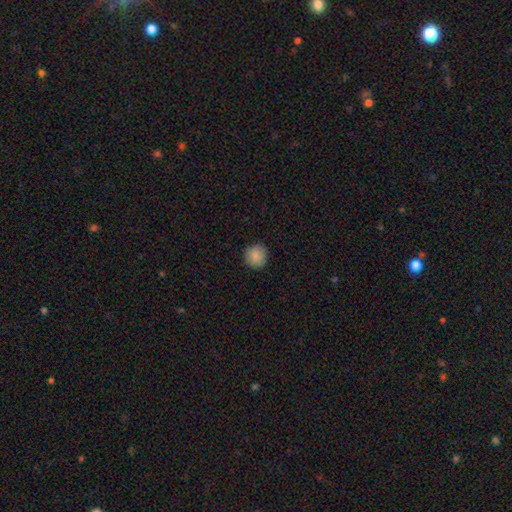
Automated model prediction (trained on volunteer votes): Smooth or featured? smooth (88%)
How rounded? round (94%)
Merging? none (91%)